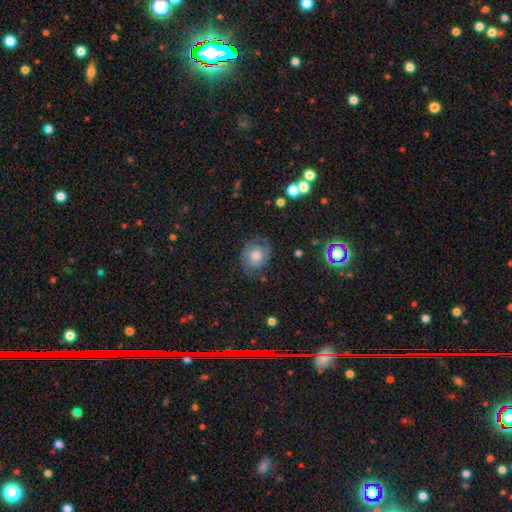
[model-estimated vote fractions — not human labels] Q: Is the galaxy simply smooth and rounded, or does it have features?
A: featured or disk — 64%.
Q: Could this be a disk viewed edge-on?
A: no — 97%.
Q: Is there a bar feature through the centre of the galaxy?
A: no — 76%.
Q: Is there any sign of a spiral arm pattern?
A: yes — 91%.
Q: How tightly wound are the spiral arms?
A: tight — 44%.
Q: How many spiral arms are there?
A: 2 — 78%.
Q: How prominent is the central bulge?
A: moderate — 66%.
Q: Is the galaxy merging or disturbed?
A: none — 73%.